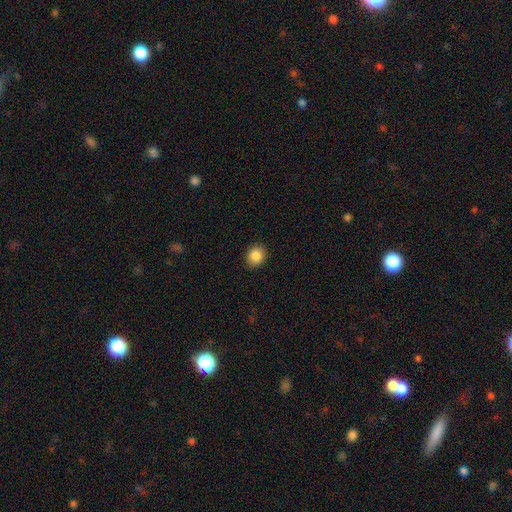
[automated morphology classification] type=smooth (88%); roundness=round (72%); merging=none (90%).